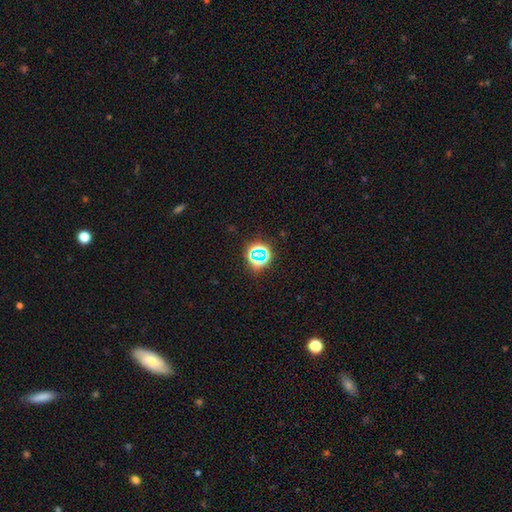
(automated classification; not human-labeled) star or artifact 62%, smooth 27%, featured or disk 11%.